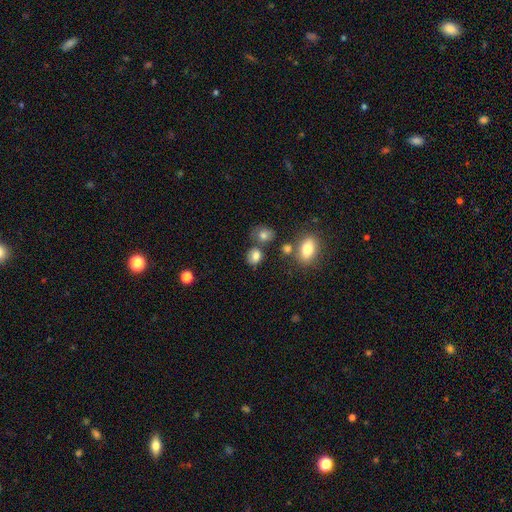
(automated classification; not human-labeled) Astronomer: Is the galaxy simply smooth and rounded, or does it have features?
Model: smooth — 79%.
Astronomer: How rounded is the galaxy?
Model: round — 56% (runner-up: in between, 43%).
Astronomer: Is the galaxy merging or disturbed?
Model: none — 64%.